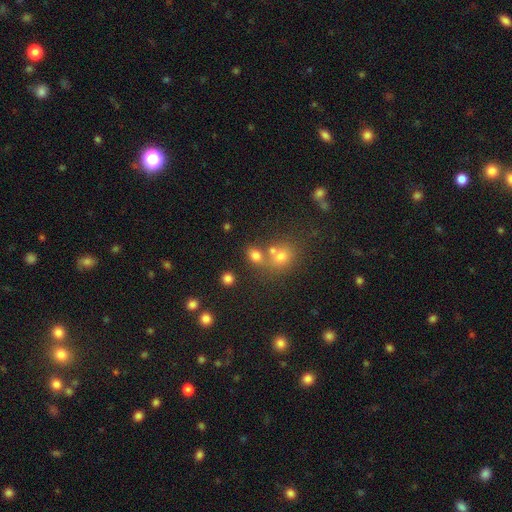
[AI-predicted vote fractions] Smooth or featured?
  - smooth: 72% *
  - star or artifact: 17%
  - featured or disk: 11%
How rounded?
  - in between: 54% *
  - round: 45%
  - cigar-shaped: 2%
Merging?
  - none: 53% *
  - merger: 32%
  - minor disturbance: 11%
  - major disturbance: 5%